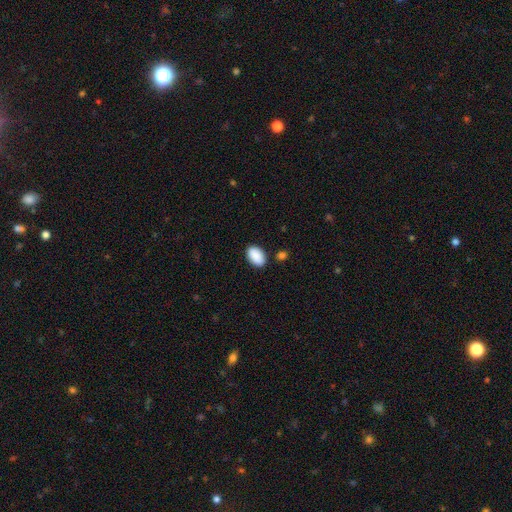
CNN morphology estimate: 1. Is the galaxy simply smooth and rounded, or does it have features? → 91% smooth, 6% star or artifact, 3% featured or disk.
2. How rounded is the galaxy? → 93% in between, 6% round, 1% cigar-shaped.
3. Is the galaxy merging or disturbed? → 84% none, 10% minor disturbance, 3% merger, 2% major disturbance.